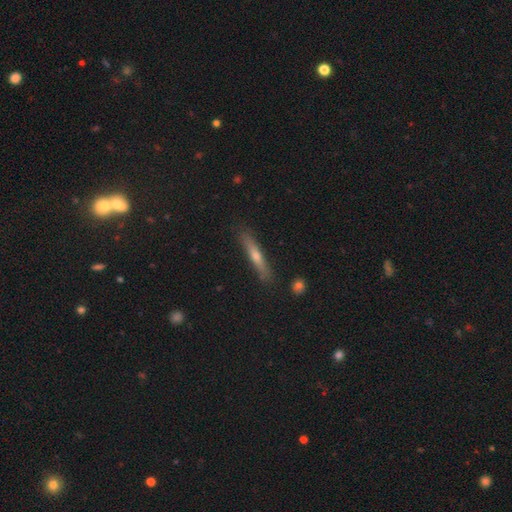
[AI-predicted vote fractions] This is possibly a featured or disk galaxy (48%). Merging: clearly none (88%).